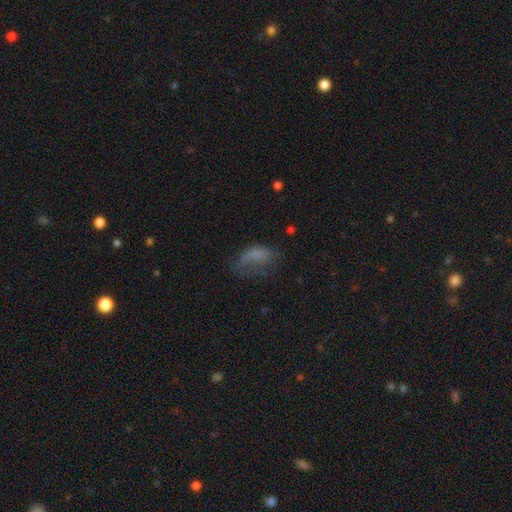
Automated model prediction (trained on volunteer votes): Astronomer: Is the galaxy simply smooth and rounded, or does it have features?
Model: smooth — 62%.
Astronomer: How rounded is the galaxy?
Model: in between — 87%.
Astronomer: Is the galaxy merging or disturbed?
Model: major disturbance — 40% (runner-up: none, 31%).